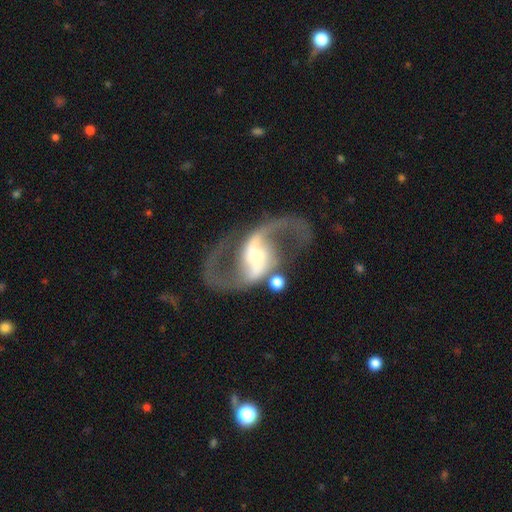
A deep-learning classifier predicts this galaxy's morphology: Q: Smooth or featured?
A: featured or disk (91%); runner-up: star or artifact (5%)
Q: Edge-on disk?
A: no (97%); runner-up: yes (3%)
Q: Bar?
A: strong (49%); runner-up: weak (32%)
Q: Spiral arms?
A: yes (96%); runner-up: no (4%)
Q: Spiral winding?
A: loose (52%); runner-up: medium (41%)
Q: Spiral arm count?
A: 2 (93%); runner-up: 1 (2%)
Q: Bulge size?
A: moderate (48%); runner-up: small (38%)
Q: Merging?
A: none (70%); runner-up: minor disturbance (12%)